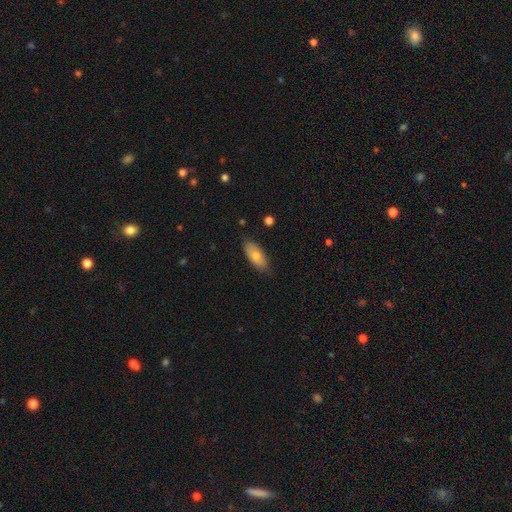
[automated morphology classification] smooth_or_featured: smooth (p=0.71) [alt: featured or disk p=0.22]
how_rounded: in between (p=0.85) [alt: cigar-shaped p=0.13]
merging: none (p=0.80) [alt: minor disturbance p=0.16]